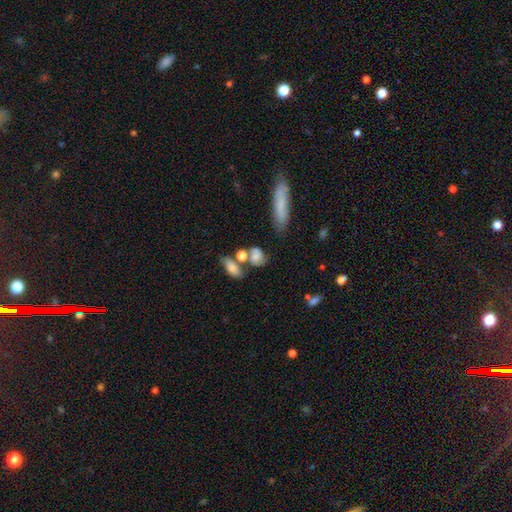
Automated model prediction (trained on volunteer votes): The model was most divided on "how rounded": in between: 52%, round: 42%, cigar-shaped: 6%. Remaining: smooth or featured — smooth (67%); merging — none (43%).